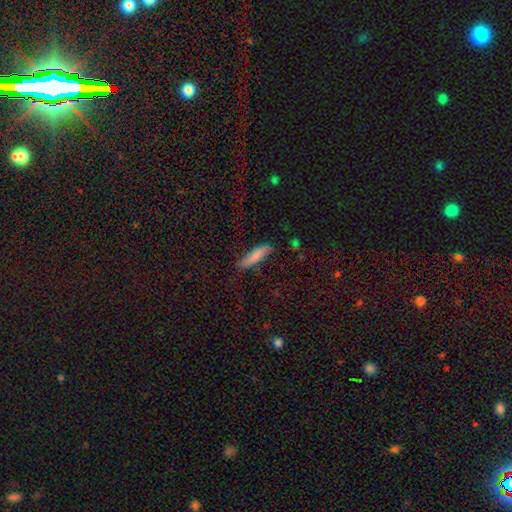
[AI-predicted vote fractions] smooth-or-featured: smooth: 79% | featured or disk: 14% | star or artifact: 6%
  how-rounded: cigar-shaped: 78% | in between: 20% | round: 2%
  merging: none: 79% | minor disturbance: 16% | major disturbance: 3% | merger: 2%